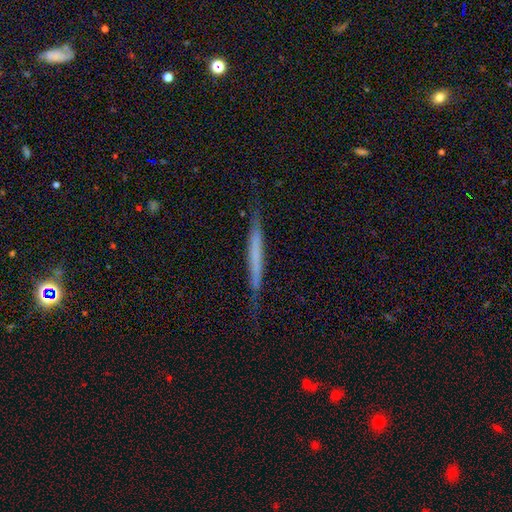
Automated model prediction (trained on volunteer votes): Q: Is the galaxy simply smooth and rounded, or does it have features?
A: featured or disk — 51%.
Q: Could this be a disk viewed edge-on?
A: yes — 95%.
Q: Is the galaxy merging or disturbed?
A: none — 79%.